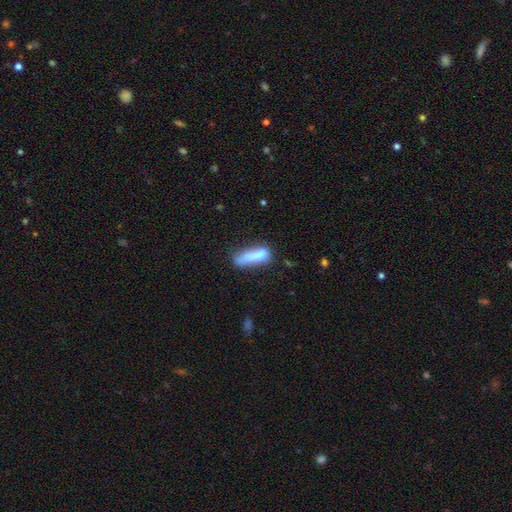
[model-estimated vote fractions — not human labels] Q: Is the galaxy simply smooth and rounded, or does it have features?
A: smooth — 76%.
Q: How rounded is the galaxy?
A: cigar-shaped — 55%.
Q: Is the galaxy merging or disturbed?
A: none — 39%.